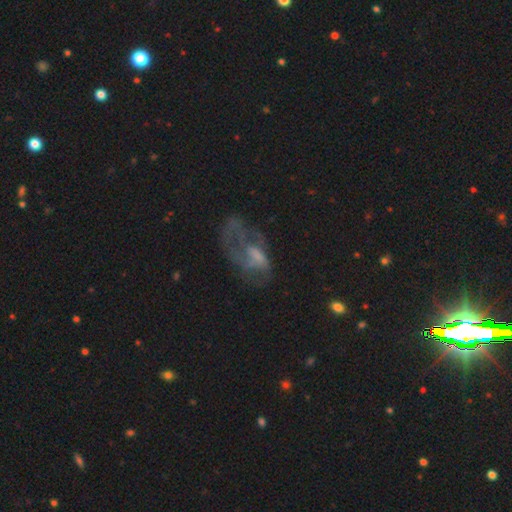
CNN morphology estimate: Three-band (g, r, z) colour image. It shows a featured or disk galaxy (57%) with no bar (61%), no spiral arms (52%) and no central bulge (40%). Merging: major disturbance (44%).